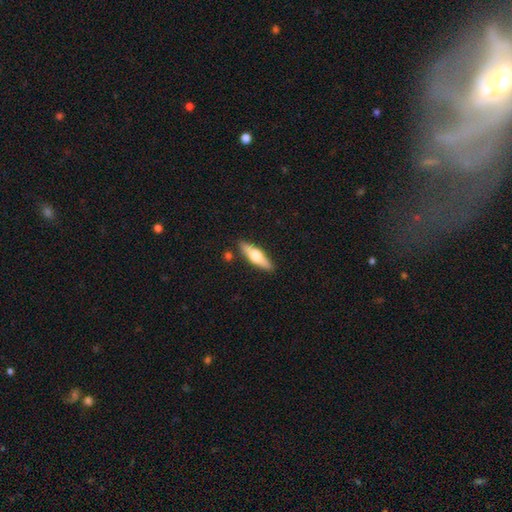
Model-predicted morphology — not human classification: type=featured or disk (50%); edge-on=yes (91%); merging=none (87%).